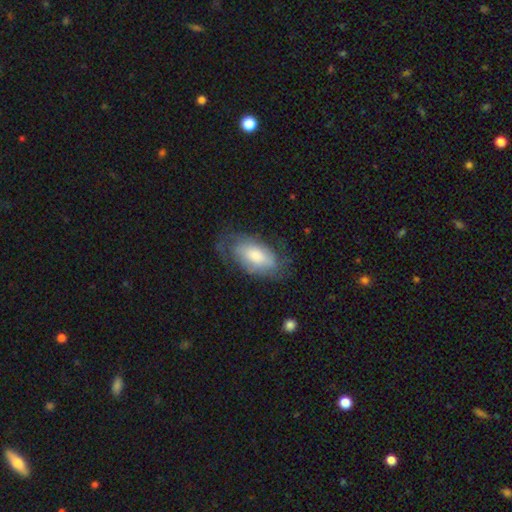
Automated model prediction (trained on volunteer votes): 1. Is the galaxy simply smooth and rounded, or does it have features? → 55% smooth, 38% featured or disk, 7% star or artifact.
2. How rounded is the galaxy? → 92% in between, 4% round, 4% cigar-shaped.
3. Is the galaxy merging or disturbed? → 57% none, 25% minor disturbance, 17% major disturbance, 1% merger.